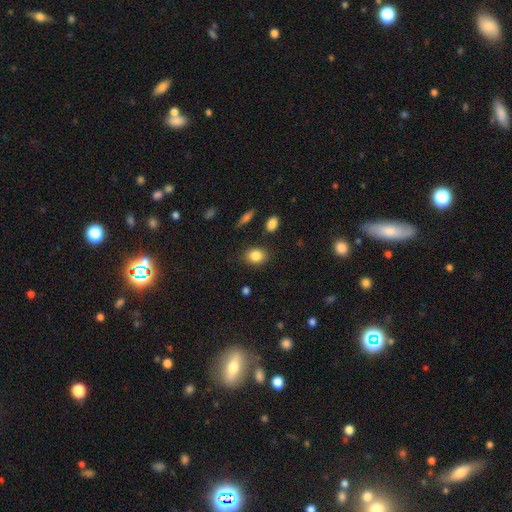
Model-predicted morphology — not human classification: Smooth or featured? Predicted: smooth (p=0.85). How rounded? Predicted: in between (p=0.53). Merging? Predicted: none (p=0.83).